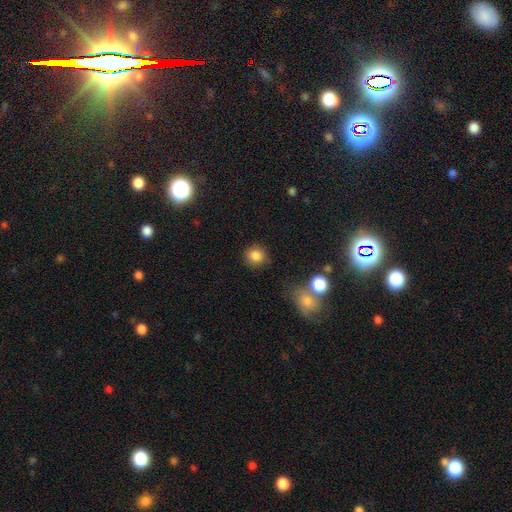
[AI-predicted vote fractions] This is clearly a smooth galaxy (85%). How rounded: clearly round (90%). Merging: clearly none (83%).